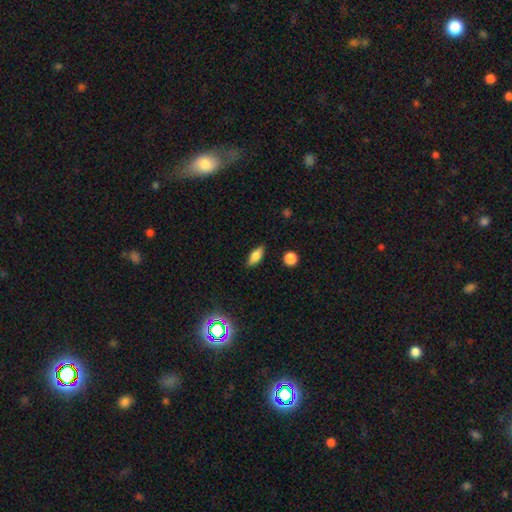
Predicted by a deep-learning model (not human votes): Smooth or featured?
  - smooth: 74% *
  - featured or disk: 17%
  - star or artifact: 9%
How rounded?
  - in between: 75% *
  - cigar-shaped: 20%
  - round: 4%
Merging?
  - none: 86% *
  - minor disturbance: 10%
  - major disturbance: 2%
  - merger: 2%